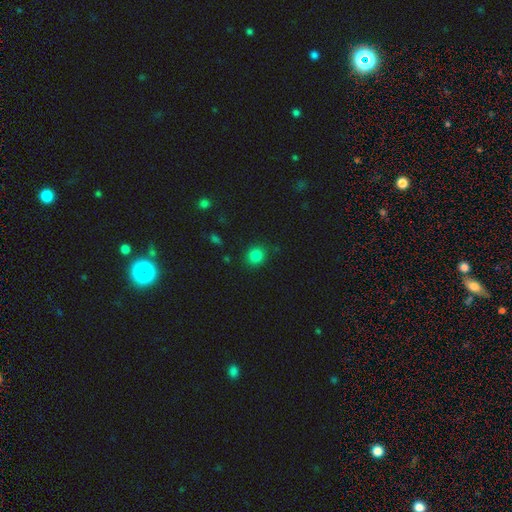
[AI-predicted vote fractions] Overall: smooth (84%). How rounded: round (83%). Merging: none (86%).